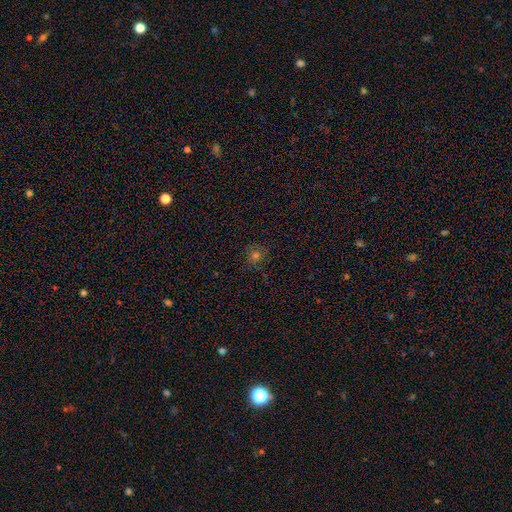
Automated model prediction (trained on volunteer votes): A smooth galaxy with no disk features (61%) that is round (86%).

Vote fractions:
- Smooth or featured? smooth: 61% / star or artifact: 27% / featured or disk: 12%
- How rounded? round: 86% / in between: 13% / cigar-shaped: 1%
- Merging? none: 81% / minor disturbance: 13% / major disturbance: 5% / merger: 2%